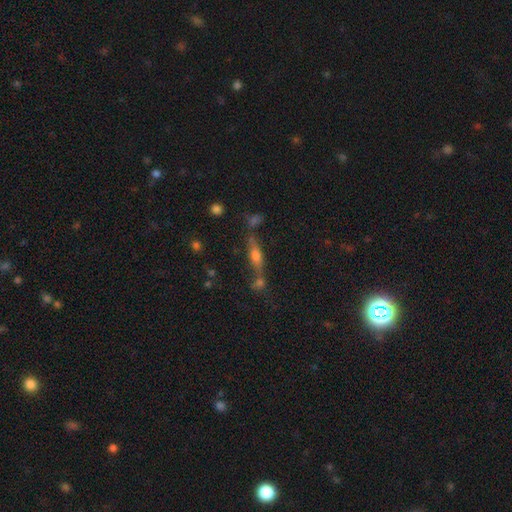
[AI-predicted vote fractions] Smooth or featured? Predicted: featured or disk (p=0.49). Merging? Predicted: none (p=0.61).